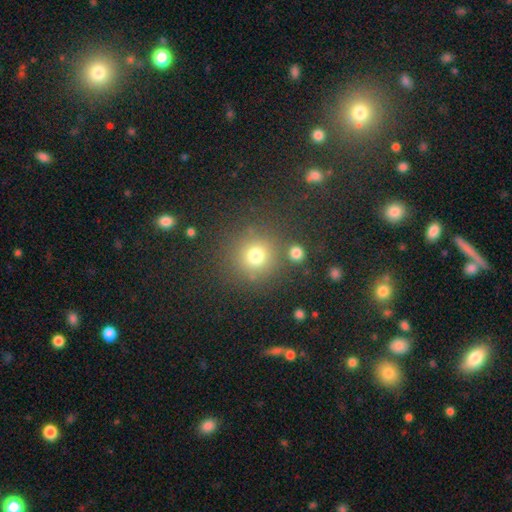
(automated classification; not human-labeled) A smooth galaxy with no disk features (75%) that is round (92%). Merging: none (79%).